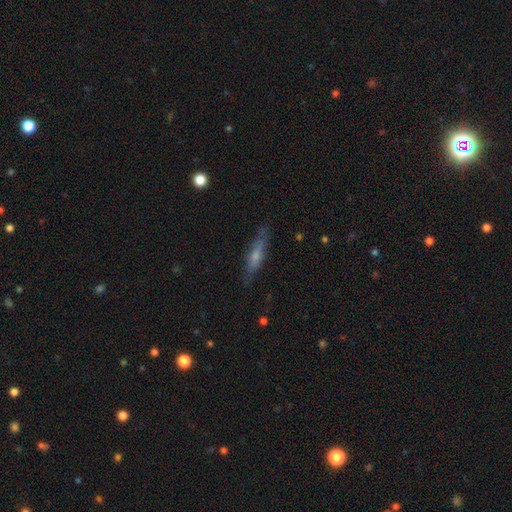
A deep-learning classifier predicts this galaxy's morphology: Q: Smooth or featured?
A: smooth (51%); runner-up: featured or disk (41%)
Q: How rounded?
A: cigar-shaped (77%); runner-up: in between (21%)
Q: Merging?
A: none (75%); runner-up: minor disturbance (18%)